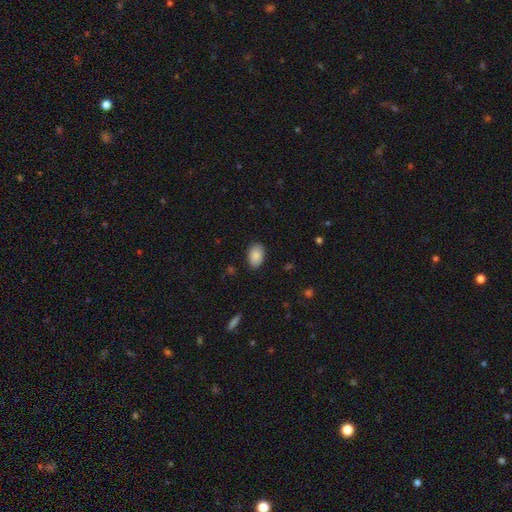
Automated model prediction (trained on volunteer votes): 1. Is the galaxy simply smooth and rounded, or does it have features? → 89% smooth, 7% star or artifact, 5% featured or disk.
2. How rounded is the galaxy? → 90% in between, 9% round, 1% cigar-shaped.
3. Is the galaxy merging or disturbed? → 86% none, 11% minor disturbance, 2% major disturbance, 1% merger.